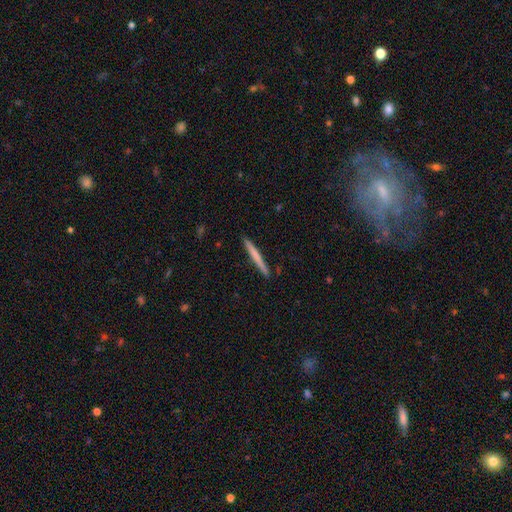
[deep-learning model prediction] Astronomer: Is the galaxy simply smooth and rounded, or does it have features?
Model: smooth — 63%.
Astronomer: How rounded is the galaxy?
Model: cigar-shaped — 97%.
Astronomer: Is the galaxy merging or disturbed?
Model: none — 92%.